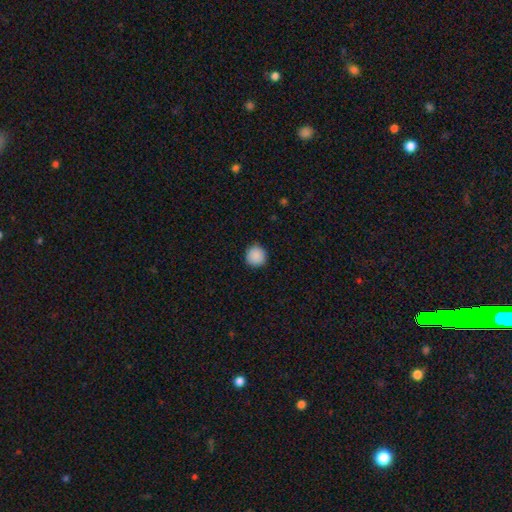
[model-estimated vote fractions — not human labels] smooth 89%, star or artifact 8%, featured or disk 2%. Down the decision tree: how rounded — round (94%); merging — none (90%).